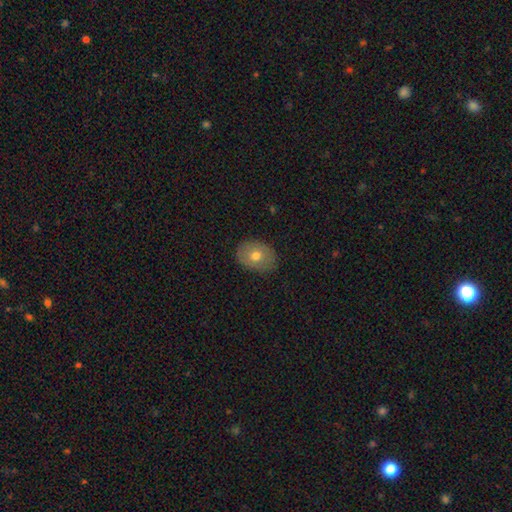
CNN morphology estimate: Q: Smooth or featured?
A: smooth (66%); runner-up: featured or disk (26%)
Q: How rounded?
A: in between (65%); runner-up: round (35%)
Q: Merging?
A: none (84%); runner-up: minor disturbance (12%)